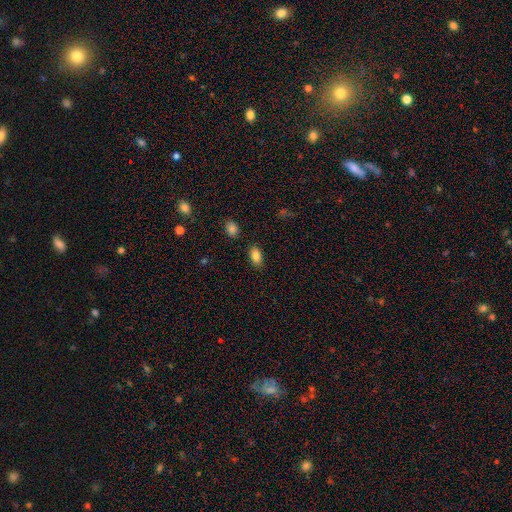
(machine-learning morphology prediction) A smooth galaxy with no disk features (85%) that is in between round and cigar-shaped (90%). Merging: none (85%).